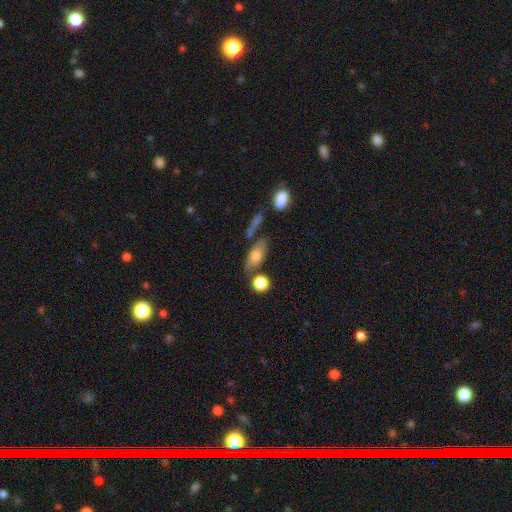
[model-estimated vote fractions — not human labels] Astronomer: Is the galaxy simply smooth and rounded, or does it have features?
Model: smooth — 66%.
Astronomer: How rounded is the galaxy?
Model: in between — 77%.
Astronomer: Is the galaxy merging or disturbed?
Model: none — 65%.